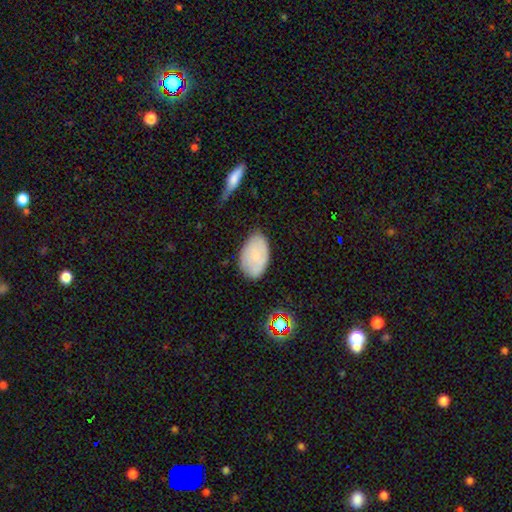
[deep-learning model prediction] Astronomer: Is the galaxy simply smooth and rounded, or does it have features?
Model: smooth — 74%.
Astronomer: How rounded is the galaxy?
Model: in between — 92%.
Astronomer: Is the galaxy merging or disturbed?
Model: none — 74%.